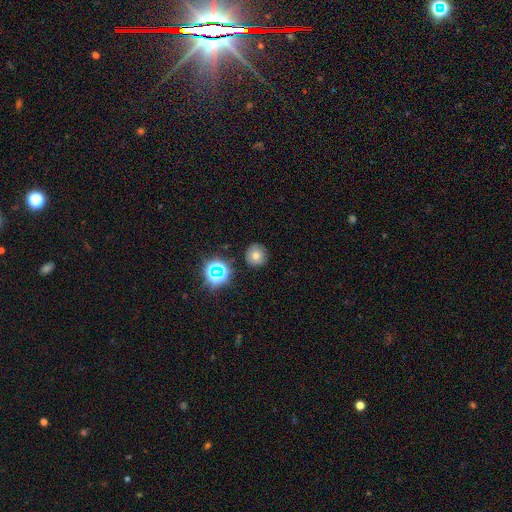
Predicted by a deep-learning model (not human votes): This appears to be a smooth galaxy with no disk features (60%) that is round (92%). Merging: none (86%).